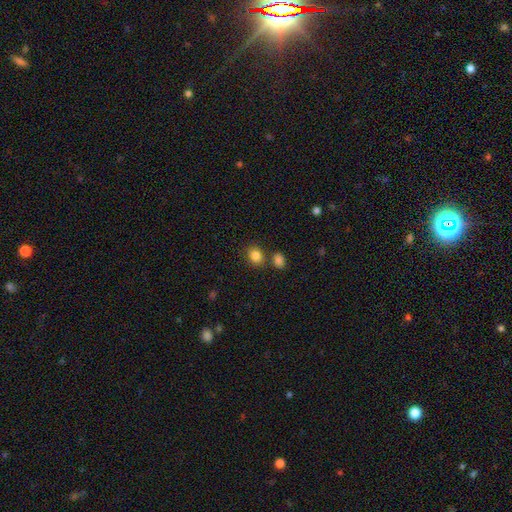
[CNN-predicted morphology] Q: Smooth or featured?
A: smooth (85%); runner-up: star or artifact (11%)
Q: How rounded?
A: round (57%); runner-up: in between (42%)
Q: Merging?
A: none (71%); runner-up: merger (15%)